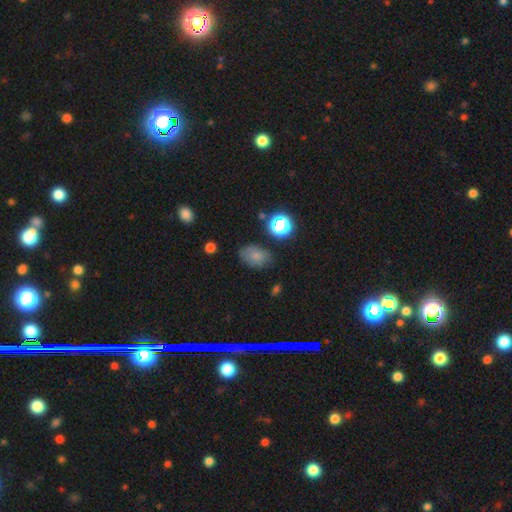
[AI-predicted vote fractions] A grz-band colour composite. It shows a smooth galaxy with no disk features (74%) that is in between round and cigar-shaped (82%). Merging: none (69%).